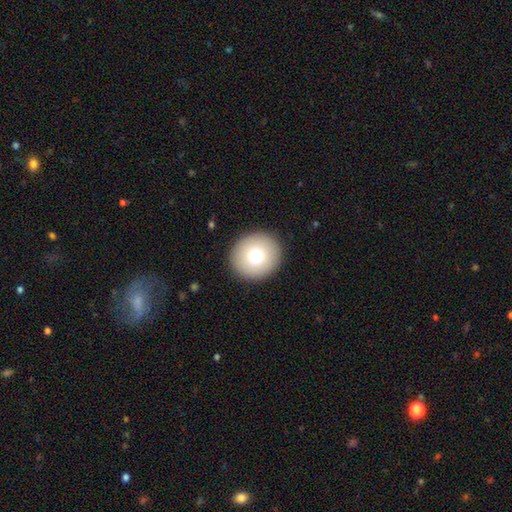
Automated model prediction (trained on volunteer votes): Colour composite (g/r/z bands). It shows a smooth galaxy with no disk features (73%) that is round (92%). Merging: none (91%).